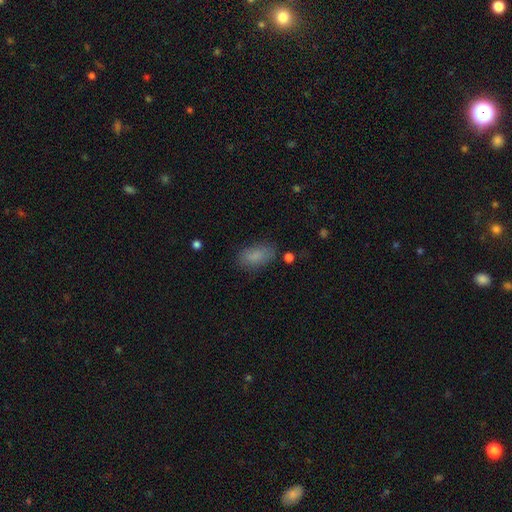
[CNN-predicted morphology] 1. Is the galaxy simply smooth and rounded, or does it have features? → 83% smooth, 9% star or artifact, 8% featured or disk.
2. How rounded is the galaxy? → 90% in between, 6% cigar-shaped, 4% round.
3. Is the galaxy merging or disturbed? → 75% none, 17% minor disturbance, 5% major disturbance, 3% merger.